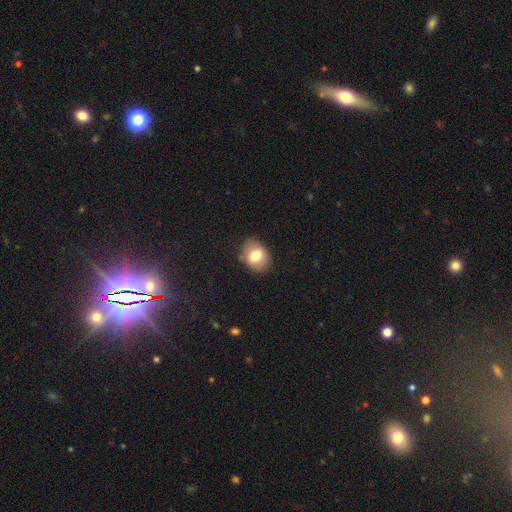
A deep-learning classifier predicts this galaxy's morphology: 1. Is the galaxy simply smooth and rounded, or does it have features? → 74% smooth, 17% featured or disk, 8% star or artifact.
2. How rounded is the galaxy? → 61% in between, 38% round, 1% cigar-shaped.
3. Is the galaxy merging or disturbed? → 78% none, 16% minor disturbance, 4% major disturbance, 2% merger.